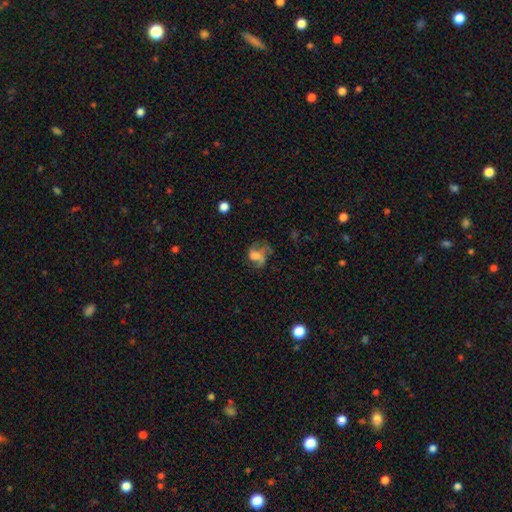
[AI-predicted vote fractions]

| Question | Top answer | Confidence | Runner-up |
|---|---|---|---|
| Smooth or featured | featured or disk | 45% | smooth (42%) |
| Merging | major disturbance | 39% | none (35%) |